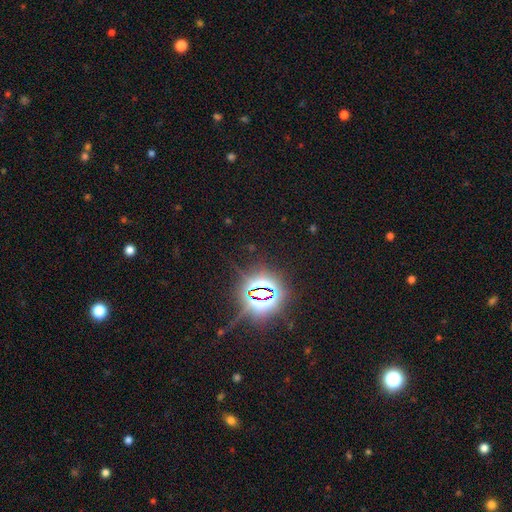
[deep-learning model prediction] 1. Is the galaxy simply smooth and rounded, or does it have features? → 84% star or artifact, 9% smooth, 7% featured or disk.